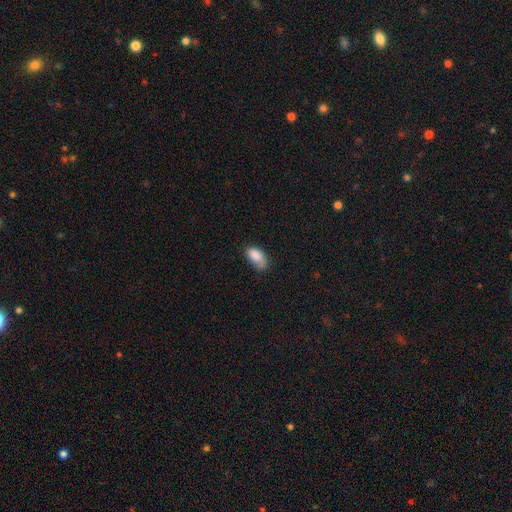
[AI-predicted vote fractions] Smooth or featured? Predicted: smooth (p=0.84). How rounded? Predicted: in between (p=0.93). Merging? Predicted: none (p=0.51).